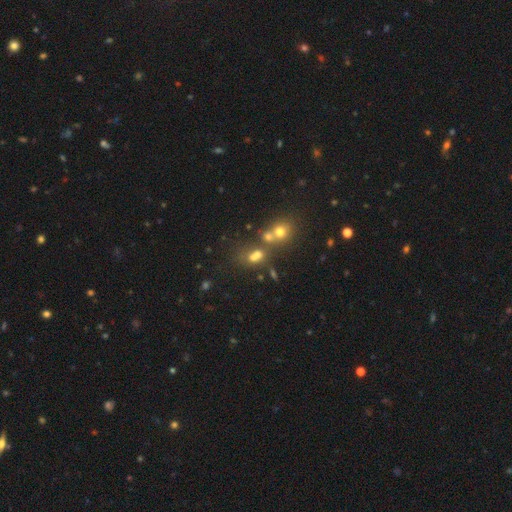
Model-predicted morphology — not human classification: Smooth or featured?
  - smooth: 60% *
  - star or artifact: 23%
  - featured or disk: 18%
How rounded?
  - round: 51% *
  - in between: 47%
  - cigar-shaped: 3%
Merging?
  - merger: 49% *
  - none: 34%
  - minor disturbance: 9%
  - major disturbance: 7%